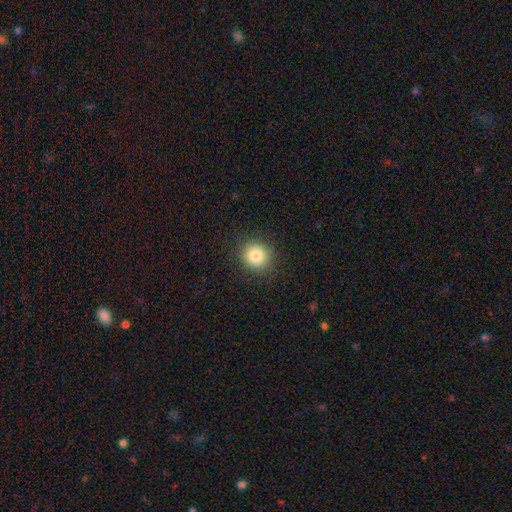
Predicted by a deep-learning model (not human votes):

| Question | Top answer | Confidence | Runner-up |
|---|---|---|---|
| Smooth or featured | smooth | 83% | star or artifact (11%) |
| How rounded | round | 89% | in between (10%) |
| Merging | none | 88% | minor disturbance (8%) |